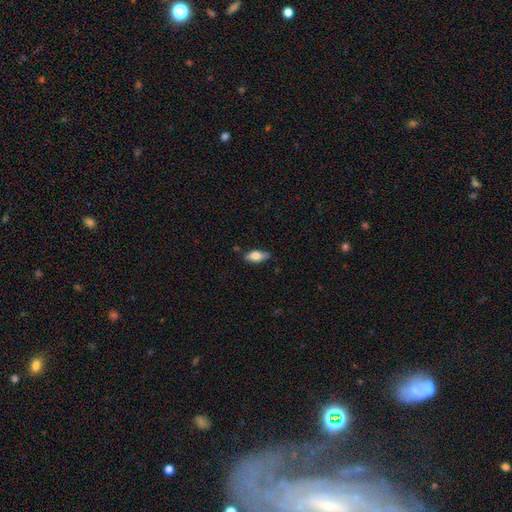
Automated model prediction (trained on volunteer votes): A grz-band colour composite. It shows a smooth galaxy with no disk features (75%) that is in between round and cigar-shaped (85%). Merging: none (81%).